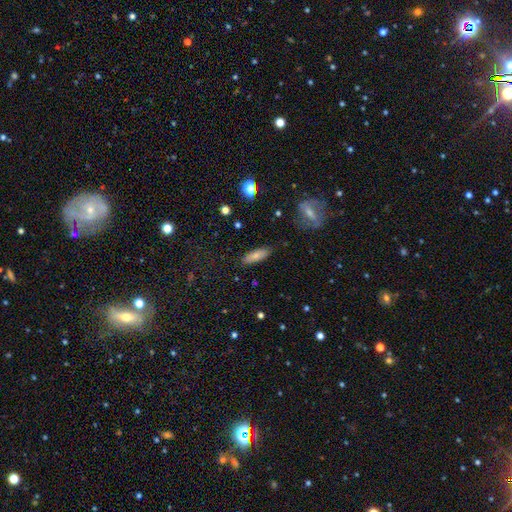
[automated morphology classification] Overall: smooth (75%). How rounded: in between (56%; cigar-shaped 41%). Merging: none (86%).